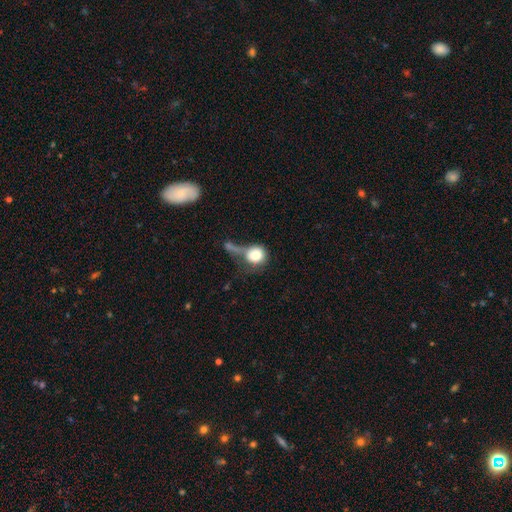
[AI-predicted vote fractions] Smooth or featured: smooth — 76% (featured or disk — 16%)
How rounded: round — 78% (in between — 21%)
Merging: major disturbance — 35% (none — 24%)